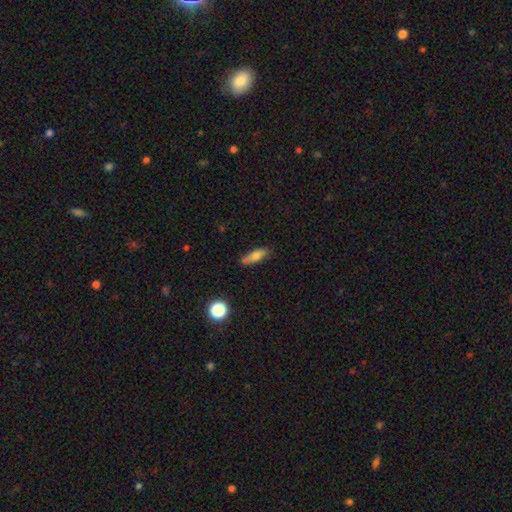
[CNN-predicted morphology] Smooth or featured? smooth (69%)
How rounded? cigar-shaped (49%)
Merging? none (75%)